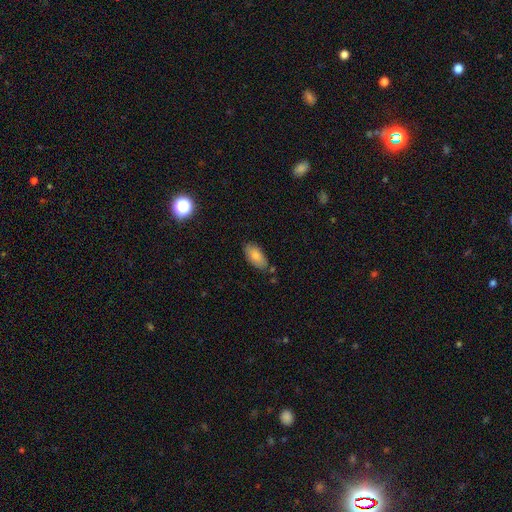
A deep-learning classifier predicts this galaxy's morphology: Smooth or featured? Predicted: smooth (p=0.83). How rounded? Predicted: in between (p=0.93). Merging? Predicted: none (p=0.74).